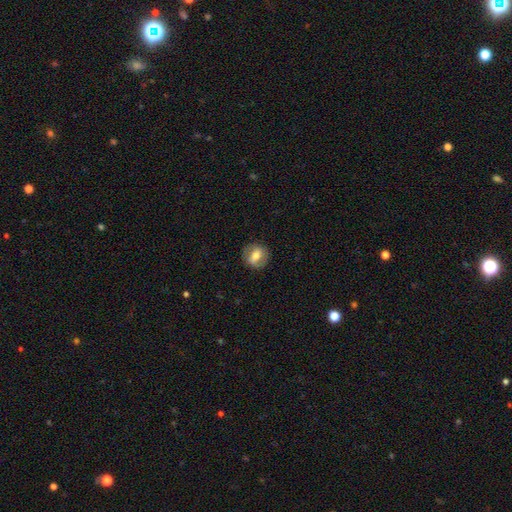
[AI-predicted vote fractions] Morphology: type=smooth (56%); roundness=round (67%); merging=none (84%).